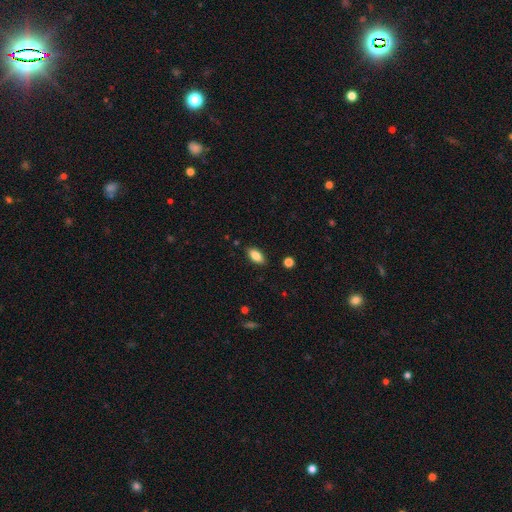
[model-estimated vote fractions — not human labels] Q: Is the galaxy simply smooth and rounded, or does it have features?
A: smooth — 85%.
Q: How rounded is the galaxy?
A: in between — 89%.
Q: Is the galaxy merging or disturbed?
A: none — 87%.